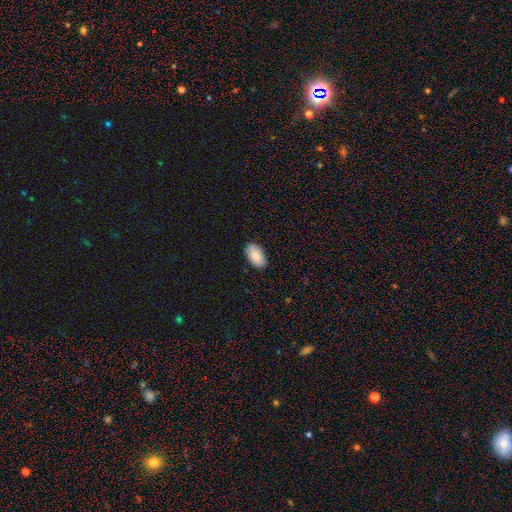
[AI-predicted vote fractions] A smooth galaxy with no disk features (87%) that is in between round and cigar-shaped (95%). Merging: none (87%).